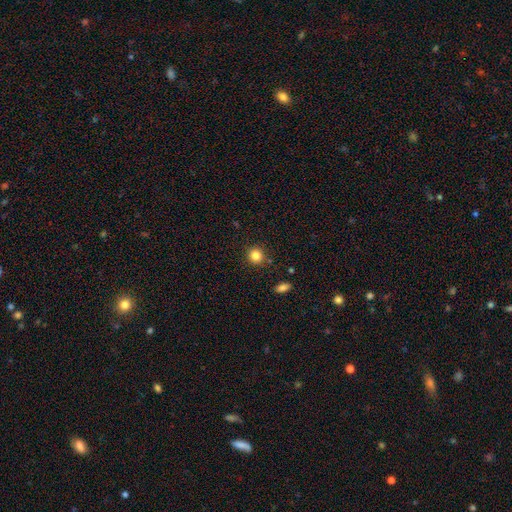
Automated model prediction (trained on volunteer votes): Smooth or featured? Predicted: smooth (p=0.84). How rounded? Predicted: round (p=0.90). Merging? Predicted: none (p=0.87).